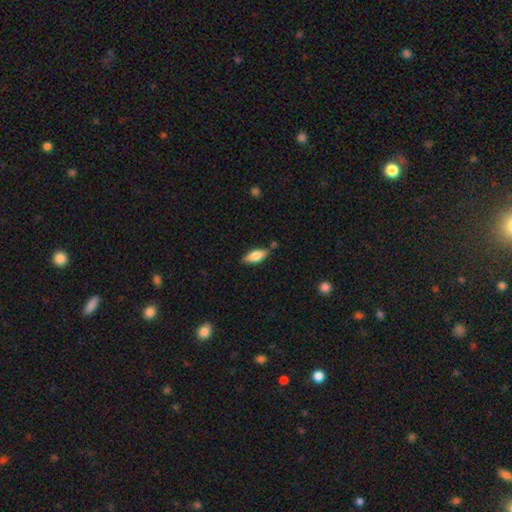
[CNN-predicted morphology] smooth-or-featured: smooth: 76% | featured or disk: 17% | star or artifact: 7%
  how-rounded: in between: 78% | cigar-shaped: 20% | round: 2%
  merging: none: 73% | minor disturbance: 18% | merger: 6% | major disturbance: 4%